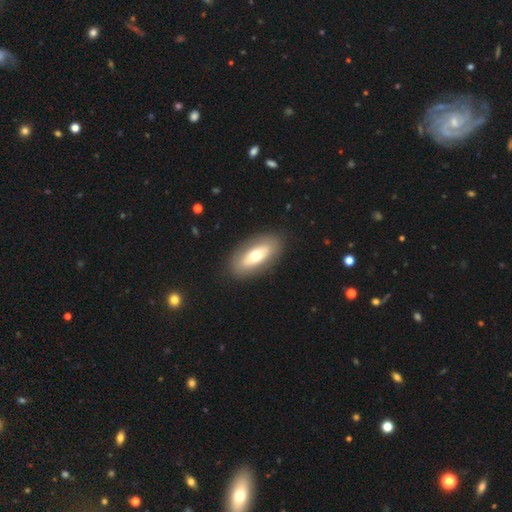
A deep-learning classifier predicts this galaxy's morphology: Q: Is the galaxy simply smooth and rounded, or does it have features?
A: smooth — 57%.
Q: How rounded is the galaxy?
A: in between — 85%.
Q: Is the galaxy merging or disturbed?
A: none — 87%.